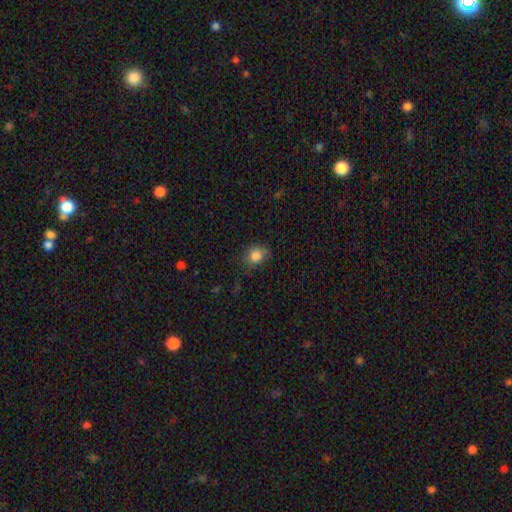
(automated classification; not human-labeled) A smooth galaxy with no disk features (84%) that is round (64%).

Vote fractions:
- Smooth or featured? smooth: 84% / star or artifact: 10% / featured or disk: 6%
- How rounded? round: 64% / in between: 35% / cigar-shaped: 1%
- Merging? none: 64% / minor disturbance: 26% / major disturbance: 8% / merger: 2%